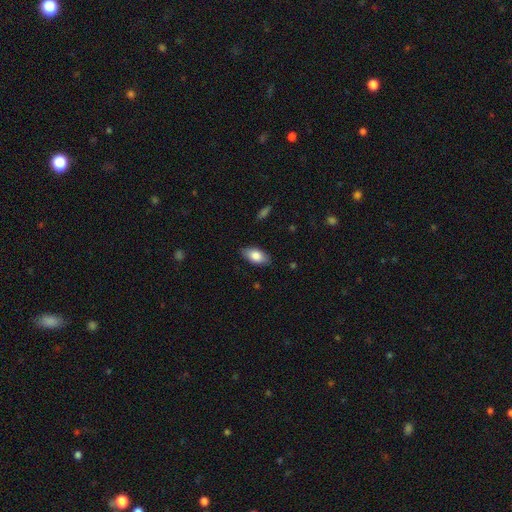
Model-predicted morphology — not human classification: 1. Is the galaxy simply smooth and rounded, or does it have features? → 82% smooth, 12% featured or disk, 6% star or artifact.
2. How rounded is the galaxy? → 92% in between, 4% cigar-shaped, 4% round.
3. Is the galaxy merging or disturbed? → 86% none, 11% minor disturbance, 2% major disturbance, 1% merger.